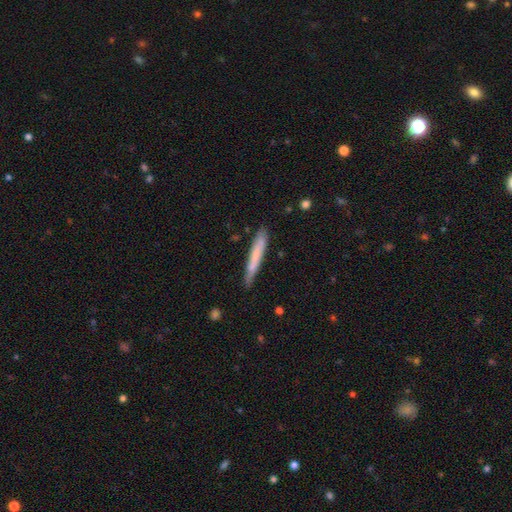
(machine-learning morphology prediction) smooth 65%, featured or disk 29%, star or artifact 6%. Down the decision tree: how rounded — cigar-shaped (96%); merging — none (81%).